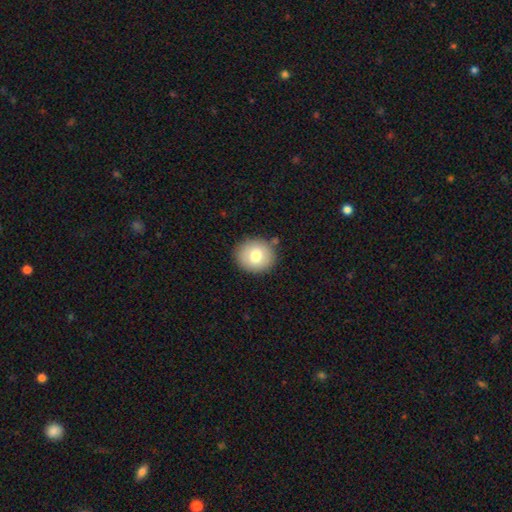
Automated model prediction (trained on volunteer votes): Smooth or featured?
  - smooth: 76% *
  - featured or disk: 15%
  - star or artifact: 8%
How rounded?
  - round: 82% *
  - in between: 17%
  - cigar-shaped: 1%
Merging?
  - none: 85% *
  - minor disturbance: 10%
  - merger: 3%
  - major disturbance: 3%